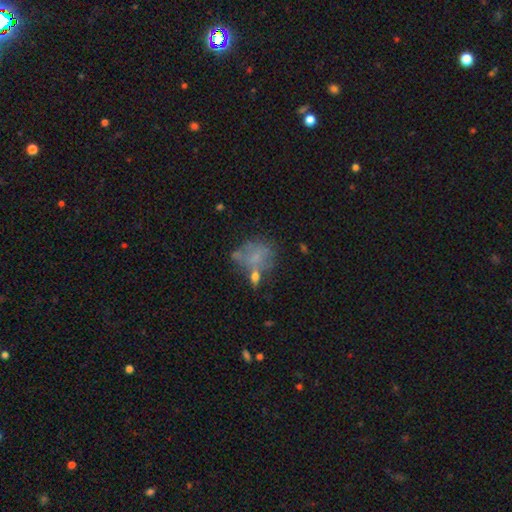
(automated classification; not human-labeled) A smooth galaxy with no disk features (46%).

Vote fractions:
- Smooth or featured? smooth: 46% / featured or disk: 37% / star or artifact: 17%
- Merging? none: 39% / major disturbance: 22% / minor disturbance: 21% / merger: 19%